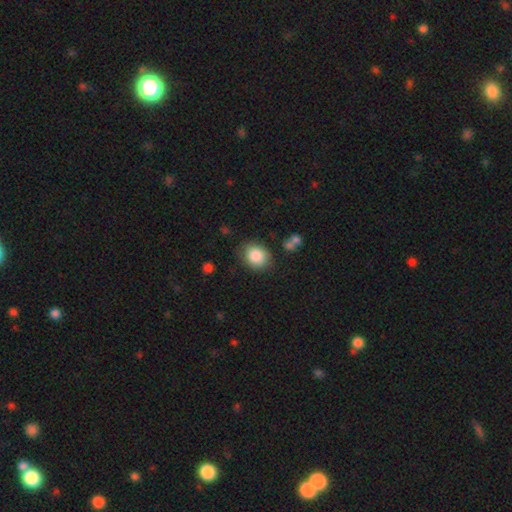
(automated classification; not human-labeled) A smooth galaxy with no disk features (85%) that is round (61%).

Vote fractions:
- Smooth or featured? smooth: 85% / star or artifact: 8% / featured or disk: 6%
- How rounded? round: 61% / in between: 39% / cigar-shaped: 1%
- Merging? none: 80% / minor disturbance: 13% / major disturbance: 3% / merger: 3%